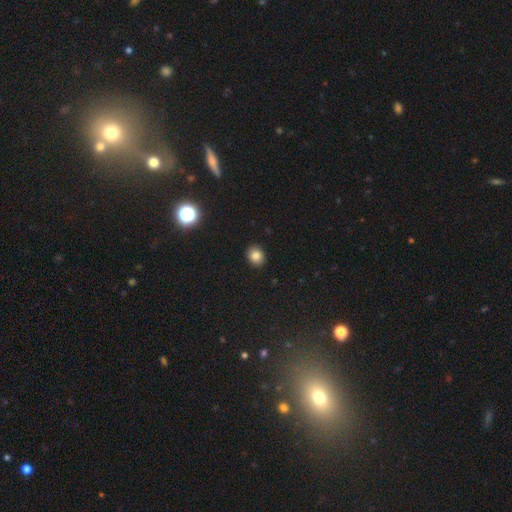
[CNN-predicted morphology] This is clearly a smooth galaxy (82%). How rounded: likely round (63%). Merging: clearly none (90%).